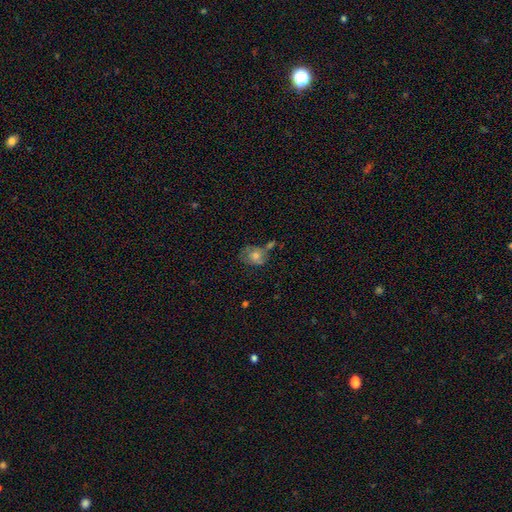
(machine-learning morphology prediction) Smooth or featured: smooth — 50% (featured or disk — 38%)
How rounded: round — 56% (in between — 43%)
Merging: none — 46% (minor disturbance — 24%)